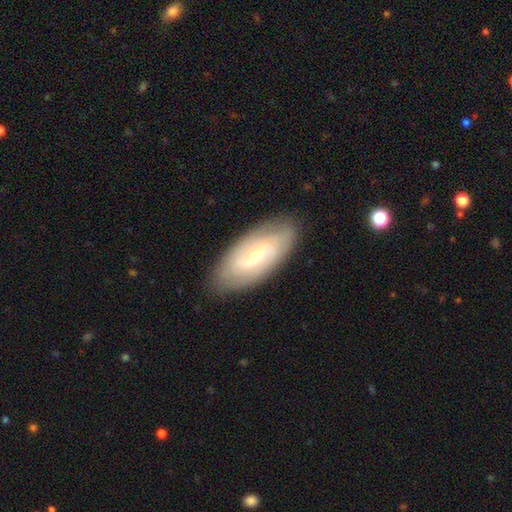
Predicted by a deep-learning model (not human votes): Q: Smooth or featured?
A: featured or disk (71%); runner-up: smooth (23%)
Q: Edge-on disk?
A: no (91%); runner-up: yes (9%)
Q: Bar?
A: weak (48%); runner-up: no (36%)
Q: Spiral arms?
A: yes (84%); runner-up: no (16%)
Q: Spiral winding?
A: tight (38%); runner-up: medium (37%)
Q: Spiral arm count?
A: 2 (55%); runner-up: can't tell (30%)
Q: Bulge size?
A: small (60%); runner-up: moderate (37%)
Q: Merging?
A: none (84%); runner-up: minor disturbance (12%)